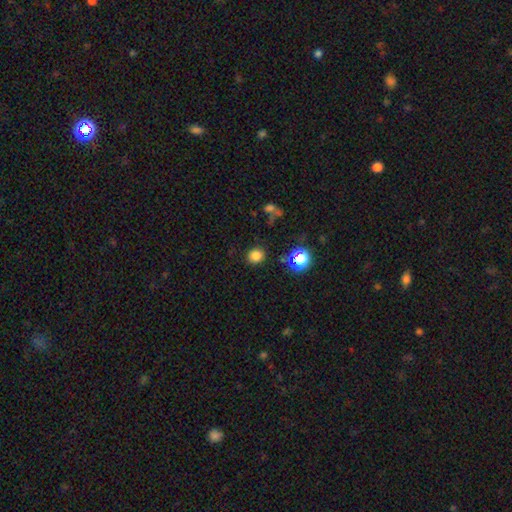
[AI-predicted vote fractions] The model was most divided on "how rounded": round: 80%, in between: 19%, cigar-shaped: 1%. More confident: merging — none (85%); smooth or featured — smooth (80%).